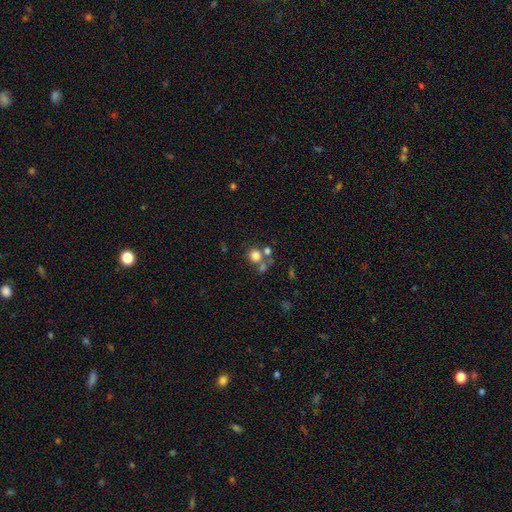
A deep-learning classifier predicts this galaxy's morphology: smooth_or_featured: smooth (p=0.77) [alt: star or artifact p=0.14]
how_rounded: round (p=0.87) [alt: in between p=0.12]
merging: none (p=0.56) [alt: merger p=0.30]